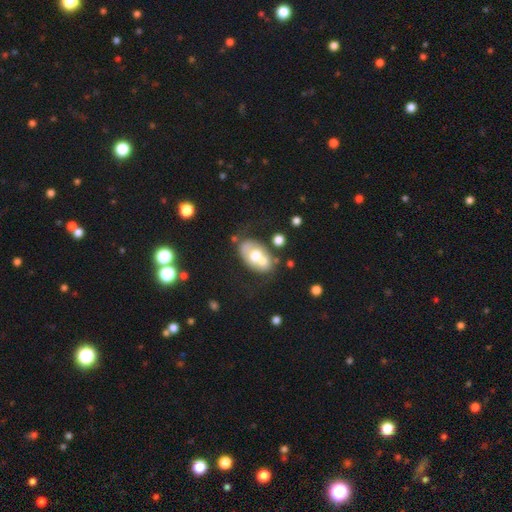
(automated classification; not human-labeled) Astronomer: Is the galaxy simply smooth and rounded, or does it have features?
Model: smooth — 53% (runner-up: featured or disk, 39%).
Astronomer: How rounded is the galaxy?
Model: in between — 82%.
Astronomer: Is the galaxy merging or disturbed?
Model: merger — 42% (runner-up: none, 34%).